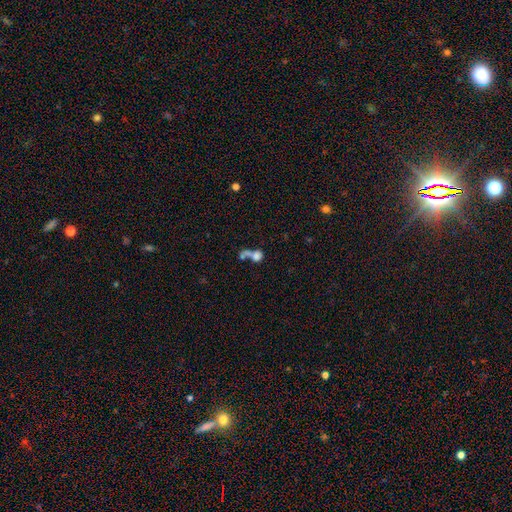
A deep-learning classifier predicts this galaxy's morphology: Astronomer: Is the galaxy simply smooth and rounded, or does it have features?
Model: smooth — 67%.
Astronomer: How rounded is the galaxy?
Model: round — 52% (runner-up: in between, 43%).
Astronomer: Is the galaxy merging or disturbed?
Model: merger — 59%.